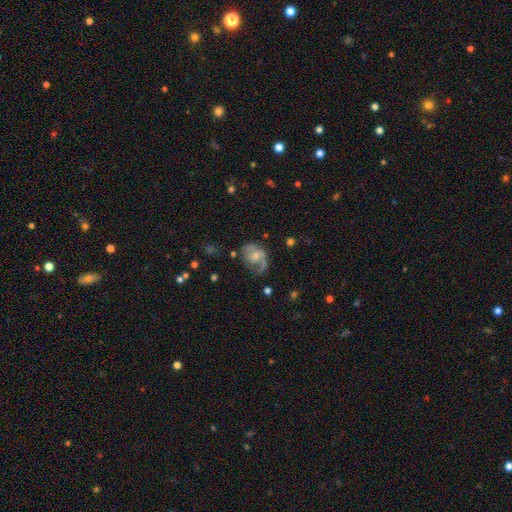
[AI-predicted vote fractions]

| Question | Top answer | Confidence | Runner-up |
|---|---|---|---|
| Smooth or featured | featured or disk | 73% | smooth (20%) |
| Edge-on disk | no | 97% | yes (3%) |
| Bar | no | 58% | weak (36%) |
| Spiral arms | yes | 91% | no (9%) |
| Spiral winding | medium | 45% | loose (33%) |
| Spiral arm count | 2 | 53% | 1 (35%) |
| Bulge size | small | 47% | moderate (40%) |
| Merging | none | 50% | minor disturbance (25%) |